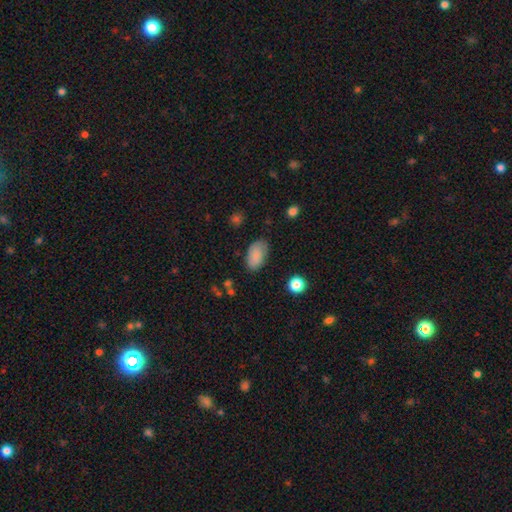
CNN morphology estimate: This appears to be a smooth galaxy with no disk features (85%) that is in between round and cigar-shaped (94%). Merging: none (78%).